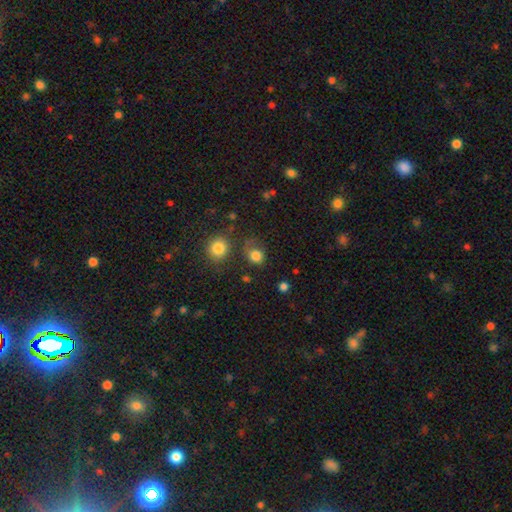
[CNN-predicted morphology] This appears to be a smooth galaxy with no disk features (81%) that is round (71%). Merging: none (61%).